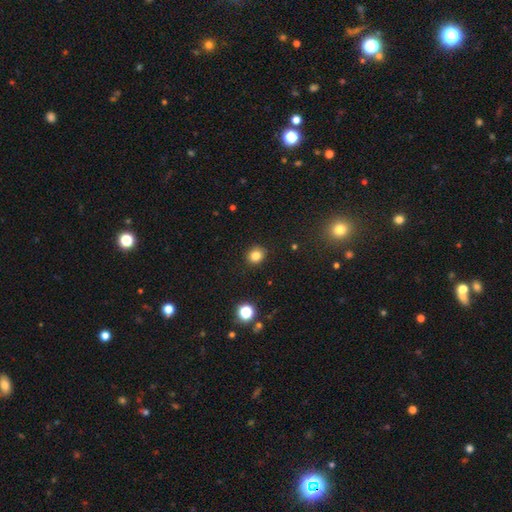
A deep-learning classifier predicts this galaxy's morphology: Smooth or featured: smooth — 82% (star or artifact — 13%)
How rounded: round — 73% (in between — 26%)
Merging: none — 89% (minor disturbance — 8%)